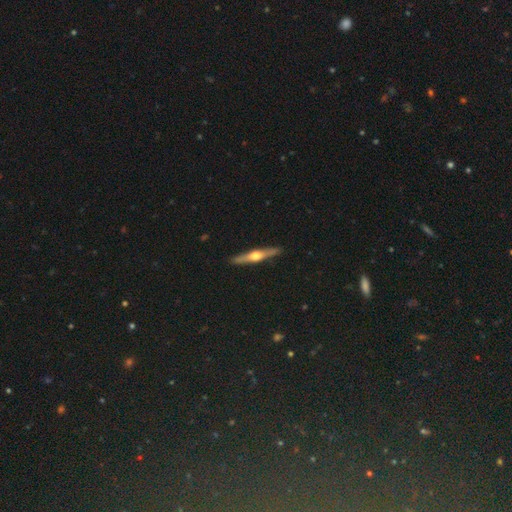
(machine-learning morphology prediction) smooth_or_featured: featured or disk (p=0.69) [alt: smooth p=0.26]
disk_edge_on: yes (p=0.97) [alt: no p=0.03]
edge_on_bulge: rounded (p=0.94) [alt: boxy p=0.03]
merging: none (p=0.91) [alt: minor disturbance p=0.06]